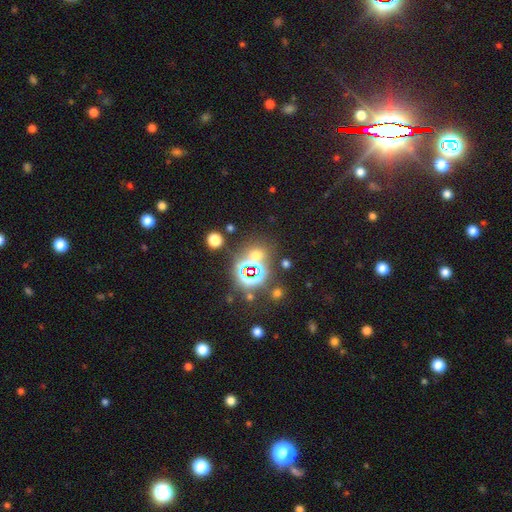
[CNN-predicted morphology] The model was most divided on "smooth or featured": star or artifact: 57%, smooth: 35%, featured or disk: 9%.